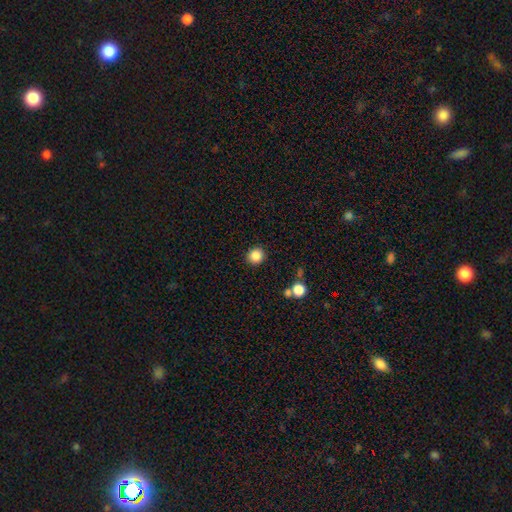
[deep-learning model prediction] Smooth or featured: smooth — 86% (star or artifact — 10%)
How rounded: round — 90% (in between — 9%)
Merging: none — 89% (minor disturbance — 6%)